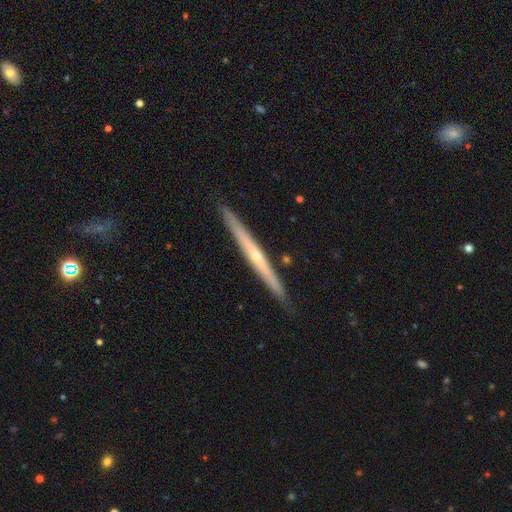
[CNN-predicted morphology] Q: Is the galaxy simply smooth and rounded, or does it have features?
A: featured or disk — 71%.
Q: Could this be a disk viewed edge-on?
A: yes — 97%.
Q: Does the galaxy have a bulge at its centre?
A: rounded — 52%.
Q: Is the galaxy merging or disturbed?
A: none — 91%.